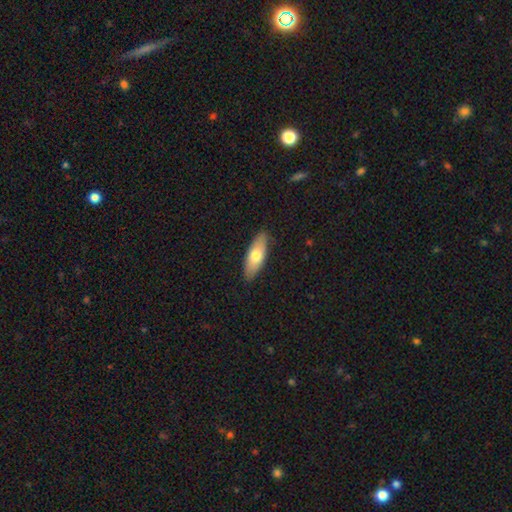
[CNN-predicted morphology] A smooth galaxy with no disk features (67%) that is in between round and cigar-shaped (64%).

Vote fractions:
- Smooth or featured? smooth: 67% / featured or disk: 27% / star or artifact: 6%
- How rounded? in between: 64% / cigar-shaped: 33% / round: 2%
- Merging? none: 87% / minor disturbance: 10% / major disturbance: 2% / merger: 1%